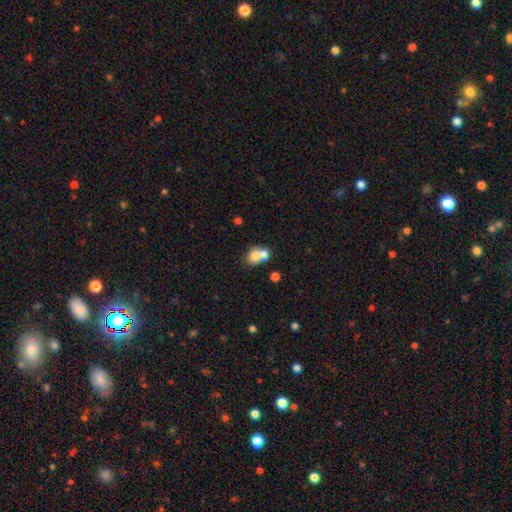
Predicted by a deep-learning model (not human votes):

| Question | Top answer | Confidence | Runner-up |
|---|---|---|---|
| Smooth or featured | smooth | 74% | featured or disk (15%) |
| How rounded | round | 54% | in between (45%) |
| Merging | merger | 59% | none (29%) |